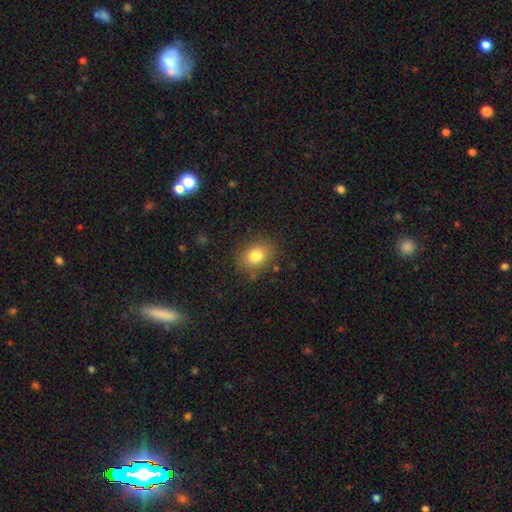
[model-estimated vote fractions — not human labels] smooth_or_featured: smooth (p=0.80) [alt: star or artifact p=0.11]
how_rounded: in between (p=0.55) [alt: round p=0.44]
merging: none (p=0.82) [alt: minor disturbance p=0.13]